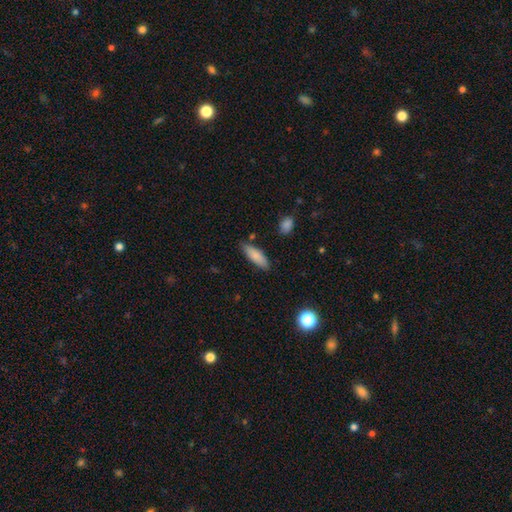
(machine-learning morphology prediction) The model was most divided on "how rounded": in between: 55%, cigar-shaped: 43%, round: 2%. More confident: smooth or featured — smooth (83%); merging — none (81%).